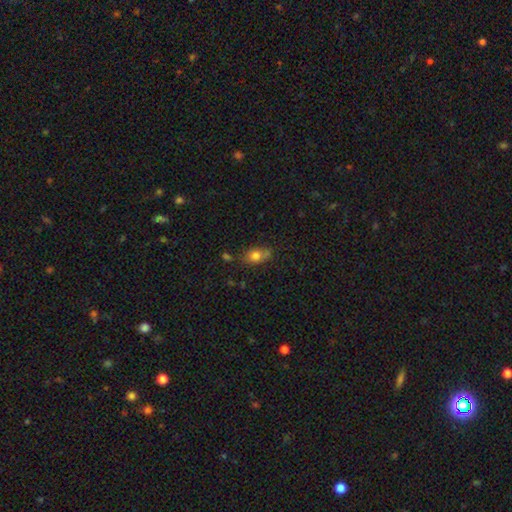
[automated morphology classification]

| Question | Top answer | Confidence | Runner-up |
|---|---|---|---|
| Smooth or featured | smooth | 76% | featured or disk (13%) |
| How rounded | in between | 73% | round (23%) |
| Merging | none | 57% | minor disturbance (27%) |